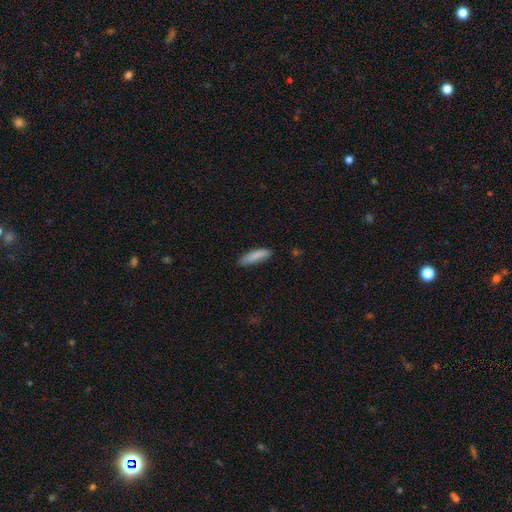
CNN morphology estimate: Smooth or featured?
  - smooth: 87% *
  - featured or disk: 7%
  - star or artifact: 6%
How rounded?
  - cigar-shaped: 61% *
  - in between: 37%
  - round: 1%
Merging?
  - none: 82% *
  - minor disturbance: 14%
  - major disturbance: 2%
  - merger: 1%